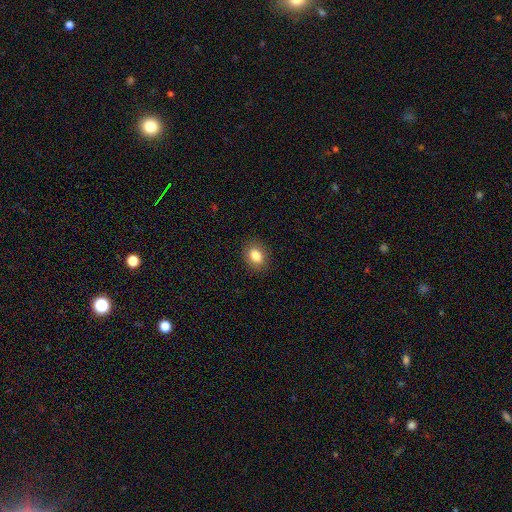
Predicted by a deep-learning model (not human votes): A smooth galaxy with no disk features (84%) that is in between round and cigar-shaped (59%).

Vote fractions:
- Smooth or featured? smooth: 84% / star or artifact: 9% / featured or disk: 7%
- How rounded? in between: 59% / round: 40% / cigar-shaped: 1%
- Merging? none: 88% / minor disturbance: 9% / major disturbance: 2% / merger: 1%